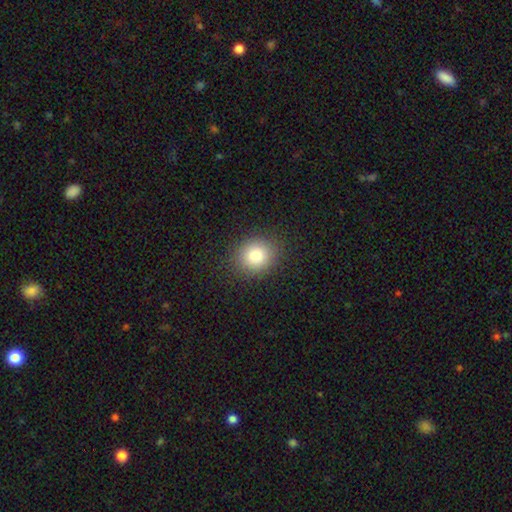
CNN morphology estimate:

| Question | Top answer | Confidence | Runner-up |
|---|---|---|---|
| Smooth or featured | smooth | 81% | star or artifact (11%) |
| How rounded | round | 72% | in between (27%) |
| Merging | none | 88% | minor disturbance (8%) |